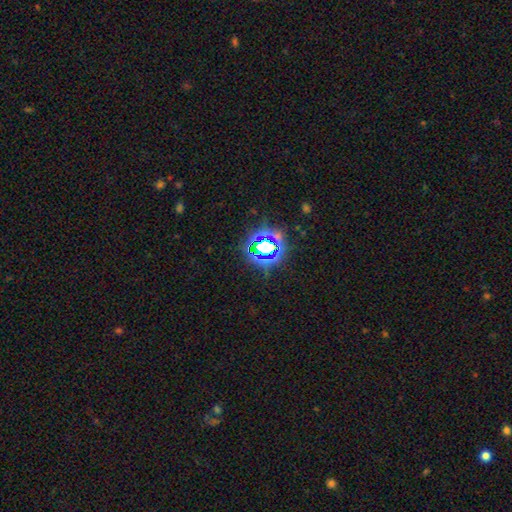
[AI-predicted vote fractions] A star or artifact, not a galaxy (70%).

Vote fractions:
- Smooth or featured? star or artifact: 70% / smooth: 19% / featured or disk: 12%